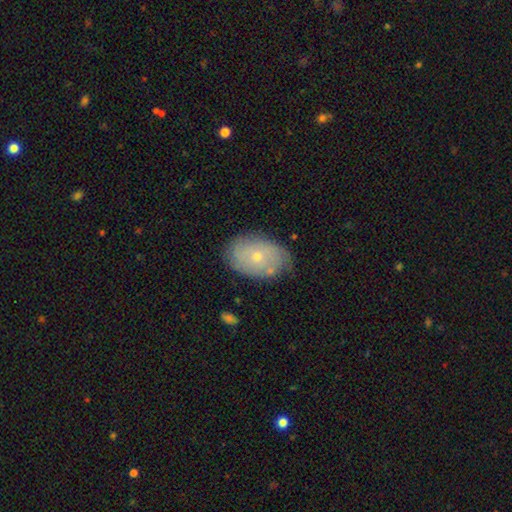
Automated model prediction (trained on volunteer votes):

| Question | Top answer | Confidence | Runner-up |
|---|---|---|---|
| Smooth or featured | smooth | 53% | featured or disk (39%) |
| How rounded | in between | 86% | round (13%) |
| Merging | none | 75% | minor disturbance (19%) |